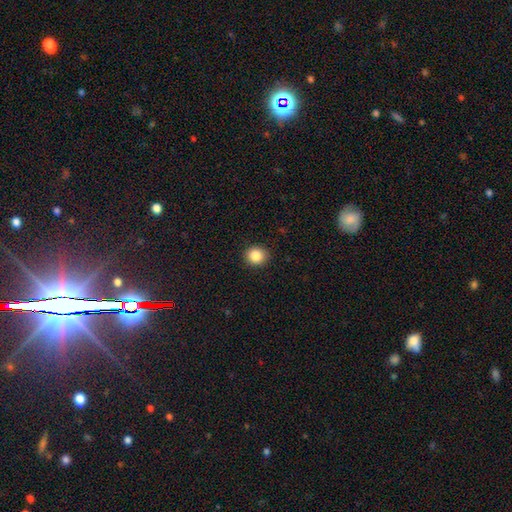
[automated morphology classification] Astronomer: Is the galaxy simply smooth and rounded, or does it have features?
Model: smooth — 85%.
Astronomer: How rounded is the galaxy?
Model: round — 84%.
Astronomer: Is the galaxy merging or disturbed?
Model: none — 90%.